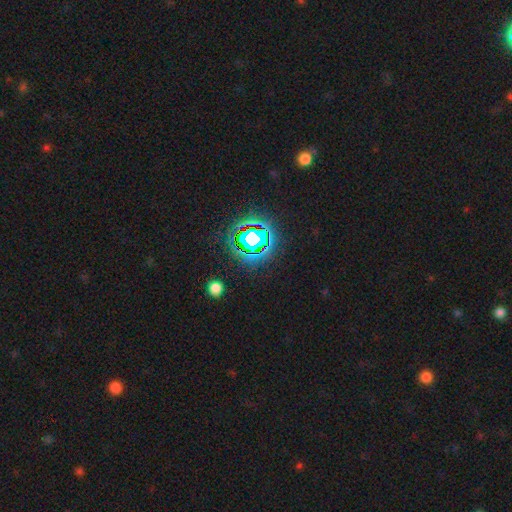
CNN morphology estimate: Q: Smooth or featured?
A: star or artifact (81%); runner-up: smooth (13%)